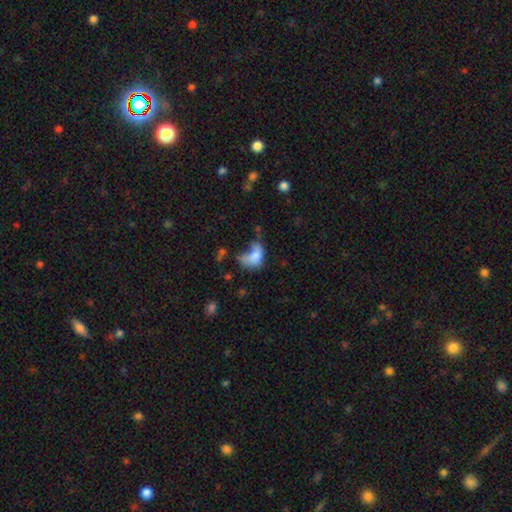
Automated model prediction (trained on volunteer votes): This appears to be a smooth galaxy with no disk features (68%) that is in between round and cigar-shaped (83%). Merging: major disturbance (41%).